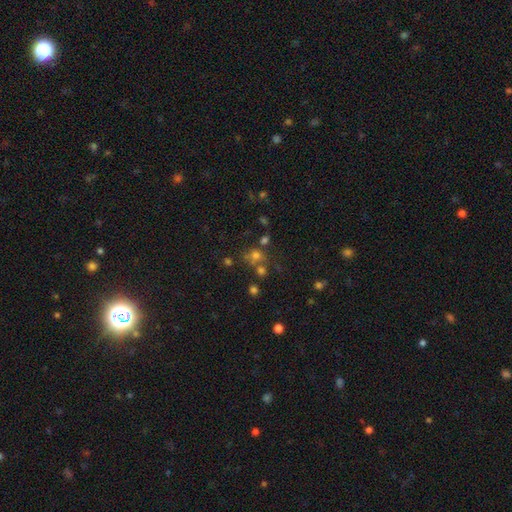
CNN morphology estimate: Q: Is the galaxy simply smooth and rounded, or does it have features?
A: smooth — 61%.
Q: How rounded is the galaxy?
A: round — 80%.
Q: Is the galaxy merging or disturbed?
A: none — 55%.